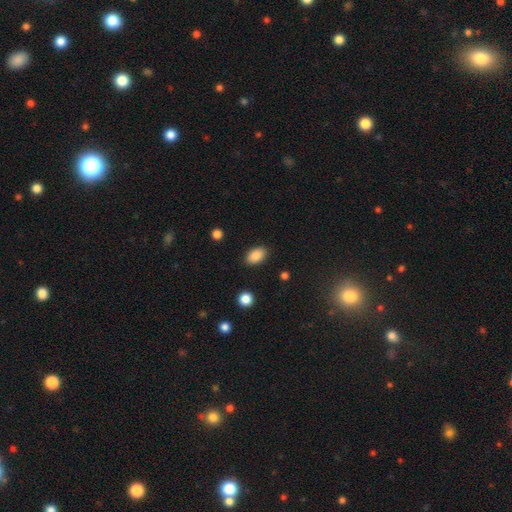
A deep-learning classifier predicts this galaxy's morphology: Q: Smooth or featured?
A: smooth (87%); runner-up: star or artifact (8%)
Q: How rounded?
A: in between (89%); runner-up: round (9%)
Q: Merging?
A: none (87%); runner-up: minor disturbance (9%)